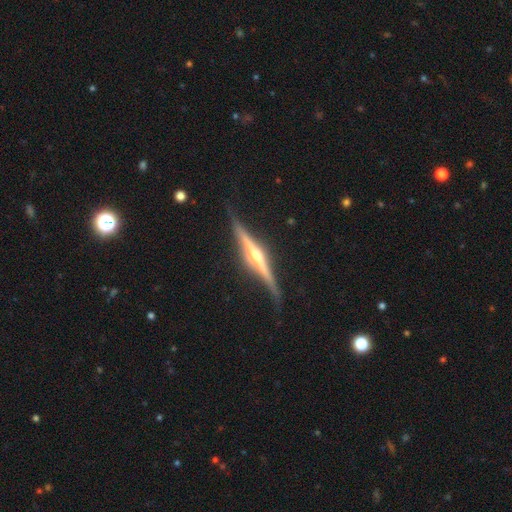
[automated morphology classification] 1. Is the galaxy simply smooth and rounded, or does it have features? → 87% featured or disk, 8% smooth, 5% star or artifact.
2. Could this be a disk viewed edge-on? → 98% yes, 2% no.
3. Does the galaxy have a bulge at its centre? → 92% rounded, 4% none, 4% boxy.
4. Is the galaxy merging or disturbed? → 85% none, 11% minor disturbance, 3% major disturbance, 1% merger.